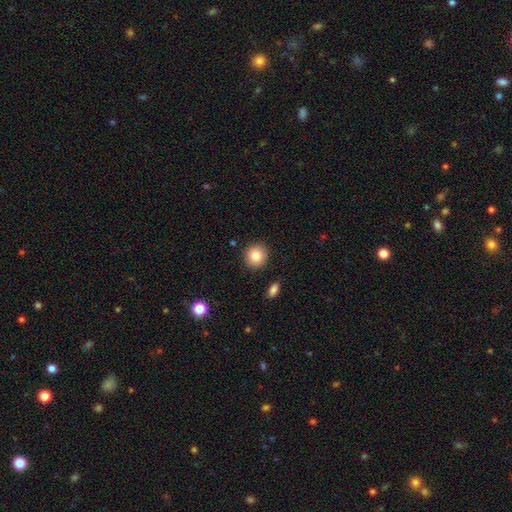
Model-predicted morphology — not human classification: Smooth or featured? Predicted: smooth (p=0.83). How rounded? Predicted: round (p=0.89). Merging? Predicted: none (p=0.90).